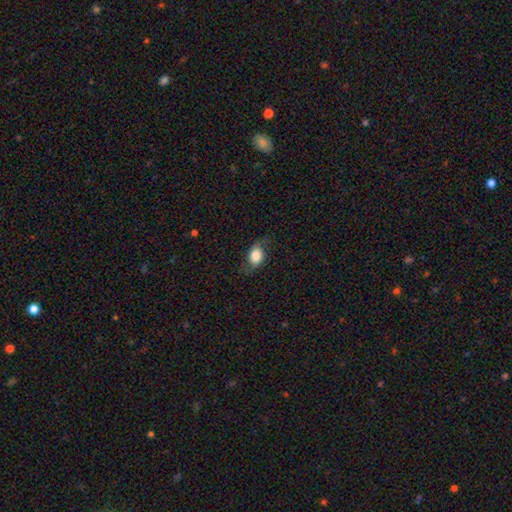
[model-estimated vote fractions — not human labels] smooth 61%, featured or disk 30%, star or artifact 9%. Down the decision tree: how rounded — in between (74%); merging — none (68%).